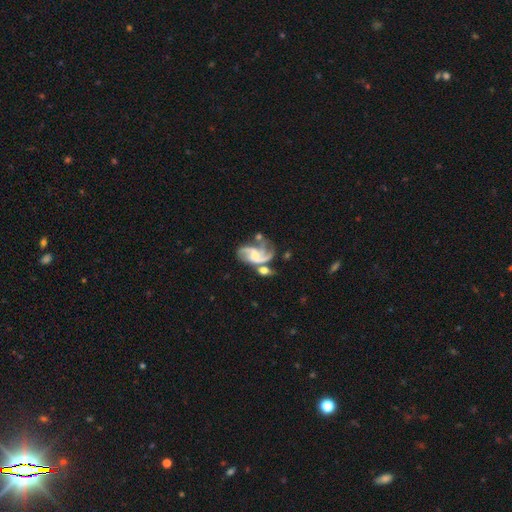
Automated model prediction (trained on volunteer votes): Smooth or featured? Predicted: featured or disk (p=0.84). Edge-on disk? Predicted: no (p=0.98). Bar? Predicted: no (p=0.49). Spiral arms? Predicted: yes (p=0.94). Spiral winding? Predicted: medium (p=0.44). Spiral arm count? Predicted: 2 (p=0.60). Bulge size? Predicted: small (p=0.50). Merging? Predicted: none (p=0.32).